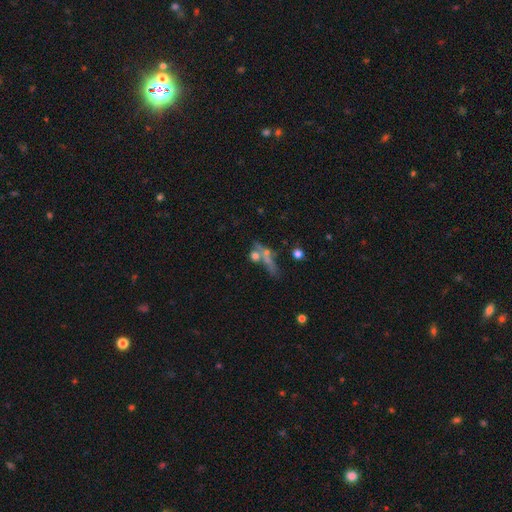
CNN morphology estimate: smooth_or_featured: star or artifact (p=0.37) [alt: smooth p=0.33]